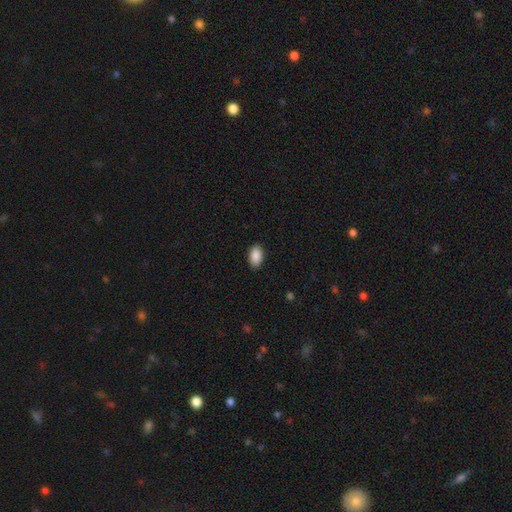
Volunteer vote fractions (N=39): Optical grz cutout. It shows a smooth galaxy with no disk features (92%) that is in between round and cigar-shaped (86%). Merging: none (86%).